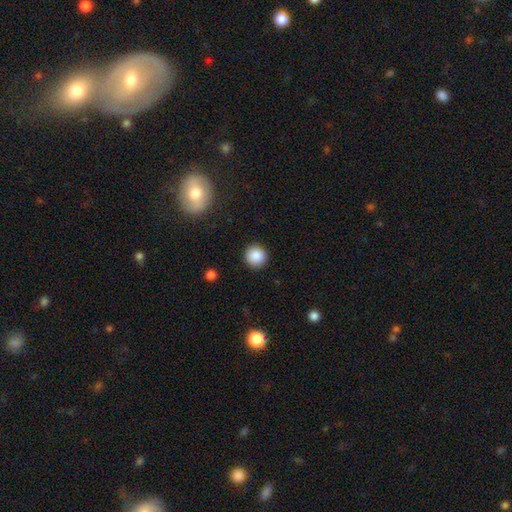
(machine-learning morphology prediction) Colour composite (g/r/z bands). It shows a smooth galaxy with no disk features (87%) that is round (94%). Merging: none (92%).